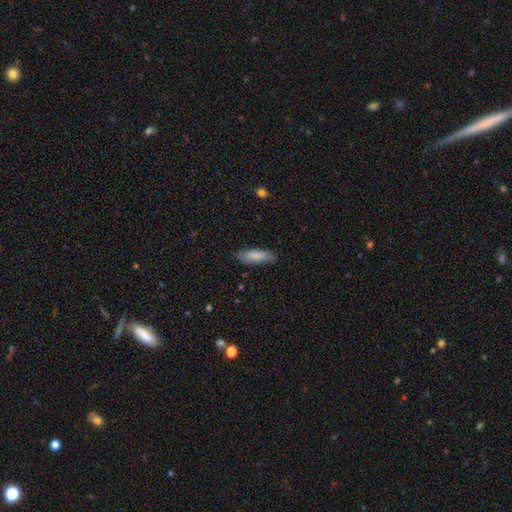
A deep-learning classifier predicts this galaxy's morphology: smooth 84%, featured or disk 11%, star or artifact 6%. Down the decision tree: how rounded — cigar-shaped (50%); merging — none (80%).